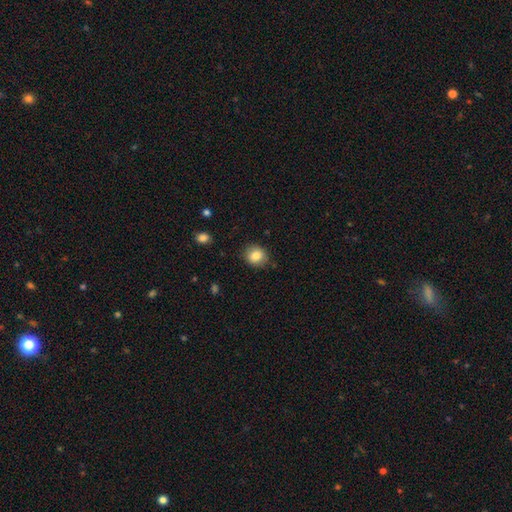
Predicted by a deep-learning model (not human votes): smooth_or_featured: smooth (p=0.84) [alt: star or artifact p=0.09]
how_rounded: round (p=0.76) [alt: in between p=0.23]
merging: none (p=0.85) [alt: minor disturbance p=0.11]